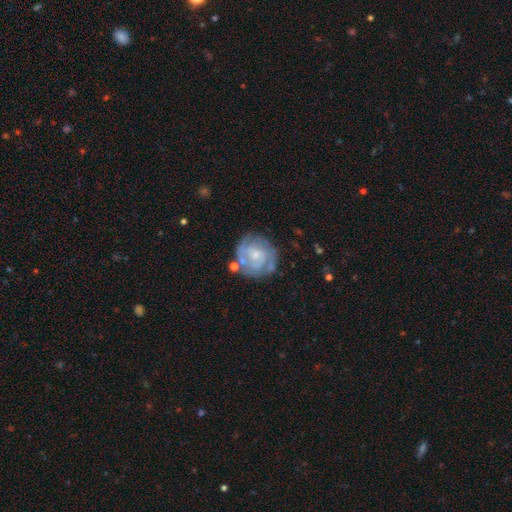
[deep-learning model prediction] Overall: featured or disk (72%). Edge-on disk: no (98%). Bar: no (69%). Spiral arms: yes (82%). Spiral arm count: can't tell (38%; 2 34%). Spiral winding: tight (65%; medium 27%). Bulge size: small (56%; moderate 33%). Merging: none (68%).